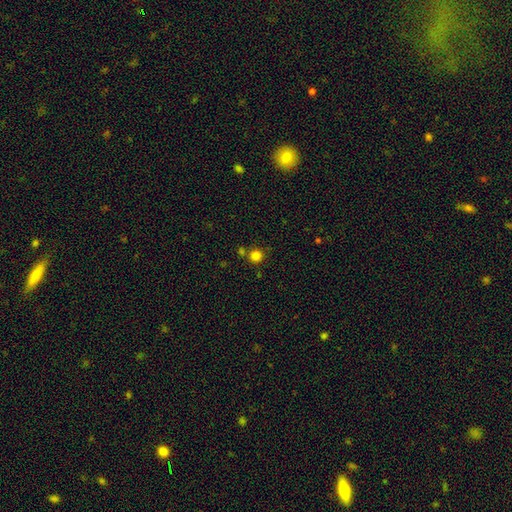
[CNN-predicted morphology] The model was most divided on "merging": none: 74%, merger: 14%, minor disturbance: 8%, major disturbance: 3%. More confident: how rounded — round (93%); smooth or featured — smooth (82%).